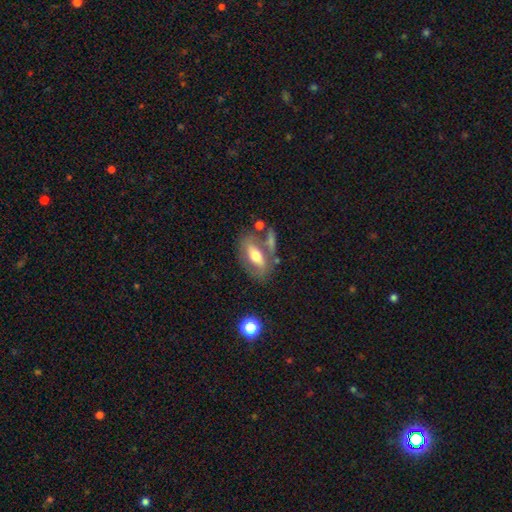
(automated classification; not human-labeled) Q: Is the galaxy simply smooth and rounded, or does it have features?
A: featured or disk — 51%.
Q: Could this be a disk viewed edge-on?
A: no — 71%.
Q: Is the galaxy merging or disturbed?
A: none — 60%.